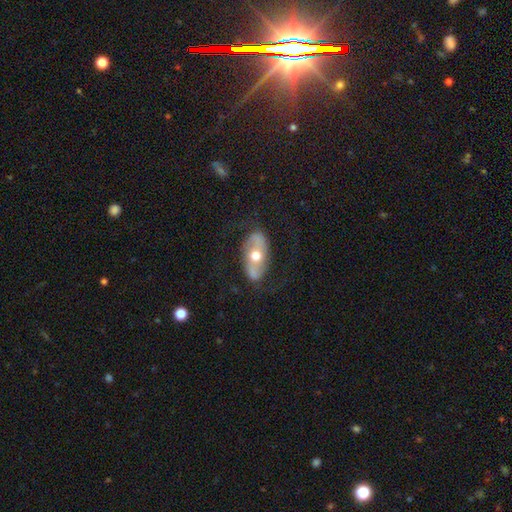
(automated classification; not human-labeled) Q: Smooth or featured?
A: featured or disk (62%); runner-up: smooth (32%)
Q: Edge-on disk?
A: no (87%); runner-up: yes (13%)
Q: Bar?
A: no (58%); runner-up: weak (24%)
Q: Spiral arms?
A: yes (60%); runner-up: no (40%)
Q: Bulge size?
A: moderate (76%); runner-up: large (14%)
Q: Merging?
A: none (72%); runner-up: minor disturbance (18%)